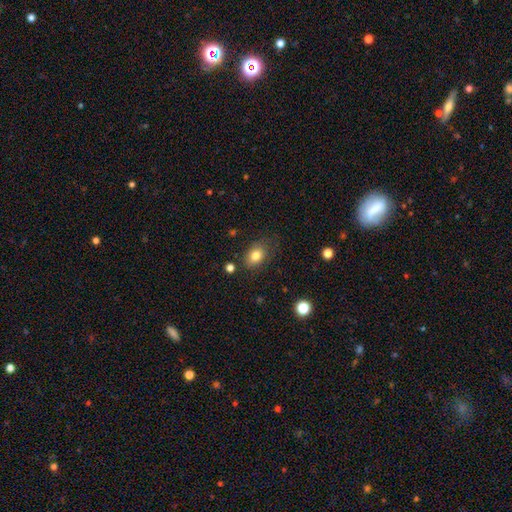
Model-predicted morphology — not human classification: Smooth or featured? Predicted: smooth (p=0.81). How rounded? Predicted: in between (p=0.72). Merging? Predicted: none (p=0.76).